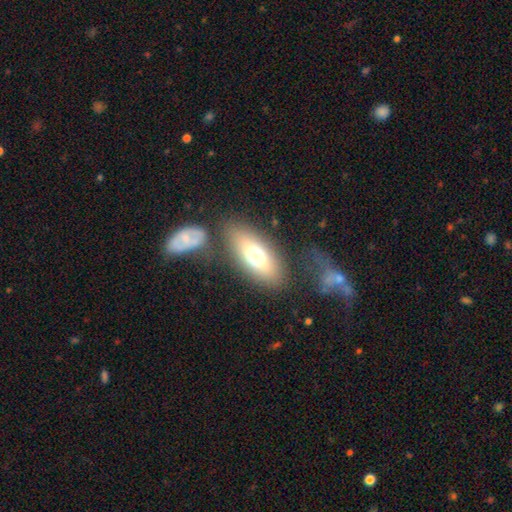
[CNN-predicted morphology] Overall: smooth (67%). How rounded: in between (79%). Merging: none (72%).